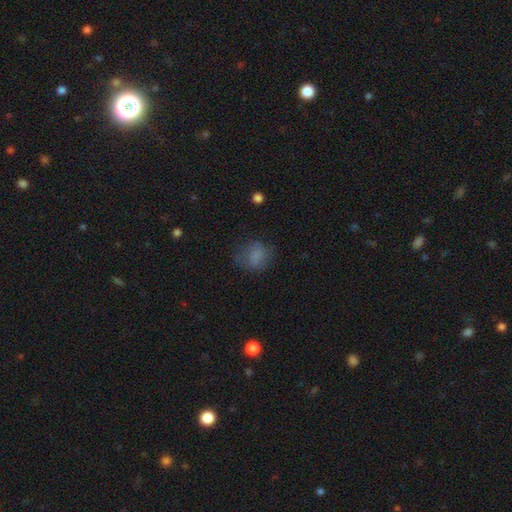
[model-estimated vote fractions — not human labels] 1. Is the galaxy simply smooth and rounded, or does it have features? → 73% smooth, 15% featured or disk, 12% star or artifact.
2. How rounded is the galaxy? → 66% round, 33% in between, 1% cigar-shaped.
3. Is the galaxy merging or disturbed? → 58% none, 25% minor disturbance, 16% major disturbance, 2% merger.